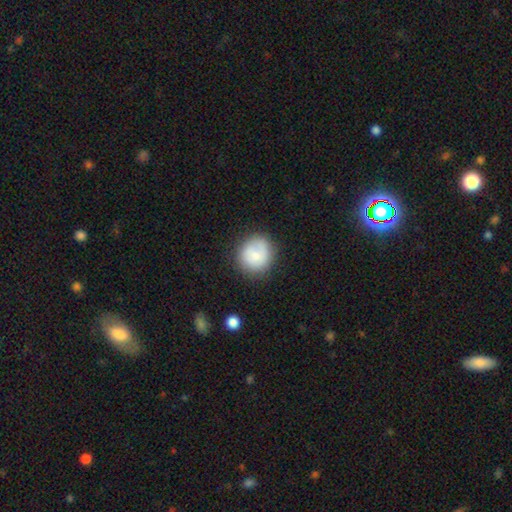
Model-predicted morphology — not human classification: This is likely a smooth galaxy (74%). How rounded: clearly round (84%). Merging: likely none (74%).